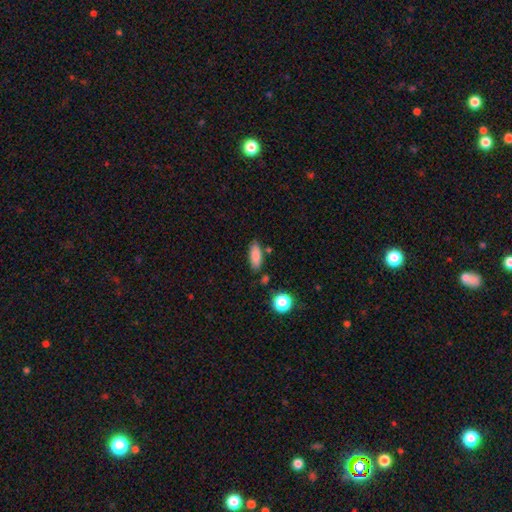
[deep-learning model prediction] smooth-or-featured: smooth: 86% | star or artifact: 8% | featured or disk: 6%
  how-rounded: in between: 74% | cigar-shaped: 23% | round: 3%
  merging: none: 79% | minor disturbance: 13% | merger: 5% | major disturbance: 3%